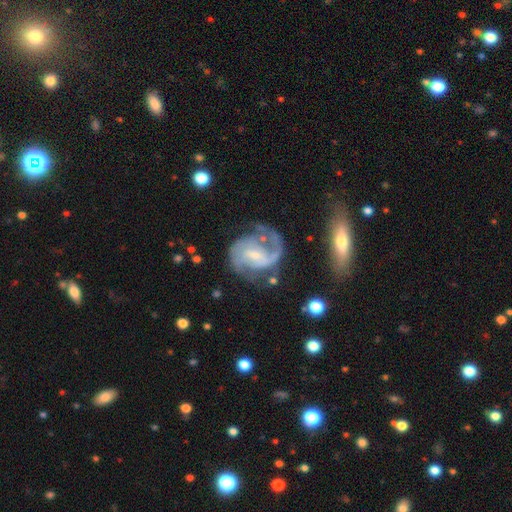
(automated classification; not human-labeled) Smooth or featured? featured or disk (87%)
Edge-on disk? no (97%)
Bar? weak (51%)
Spiral arms? yes (96%)
Spiral winding? medium (52%)
Spiral arm count? 2 (74%)
Bulge size? small (59%)
Merging? none (56%)